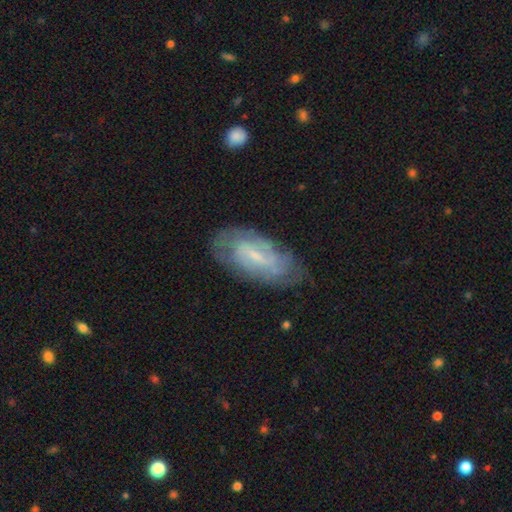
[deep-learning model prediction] This is likely a featured or disk galaxy (65%). It is clearly not viewed edge-on (91%). Bar: possibly weak (53%). Spiral arm pattern: likely yes (77%). Central bulge: possibly small (59%). Merging: likely none (70%).